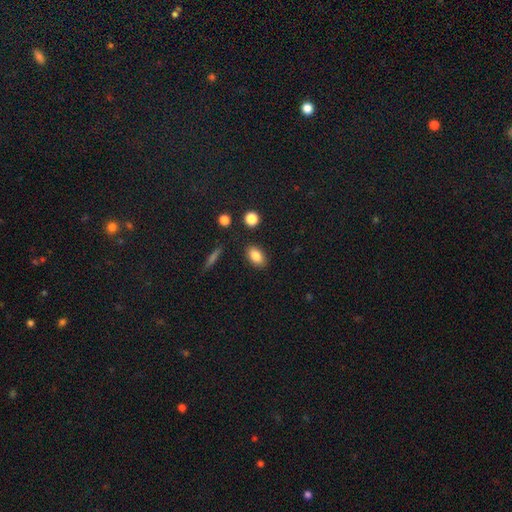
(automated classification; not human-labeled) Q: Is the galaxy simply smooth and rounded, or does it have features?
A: smooth — 85%.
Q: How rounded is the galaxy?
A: in between — 86%.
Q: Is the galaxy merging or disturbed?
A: none — 86%.